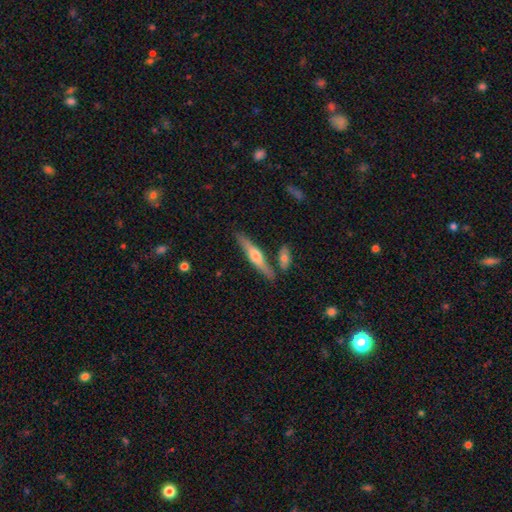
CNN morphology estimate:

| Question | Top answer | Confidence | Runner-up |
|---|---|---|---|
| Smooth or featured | featured or disk | 57% | smooth (38%) |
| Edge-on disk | yes | 95% | no (5%) |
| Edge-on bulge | rounded | 88% | boxy (6%) |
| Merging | none | 79% | minor disturbance (10%) |